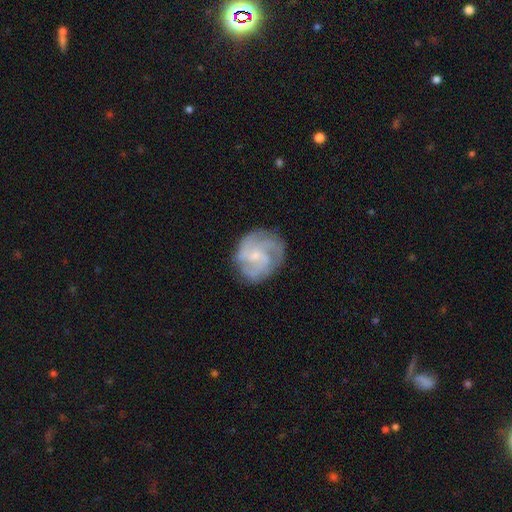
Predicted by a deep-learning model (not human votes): Morphology: type=featured or disk (77%); edge-on=no (98%); bar=no (58%); spiral arms=yes (93%); winding=medium (47%); arm count=3 (36%); bulge=small (67%); merging=none (71%).